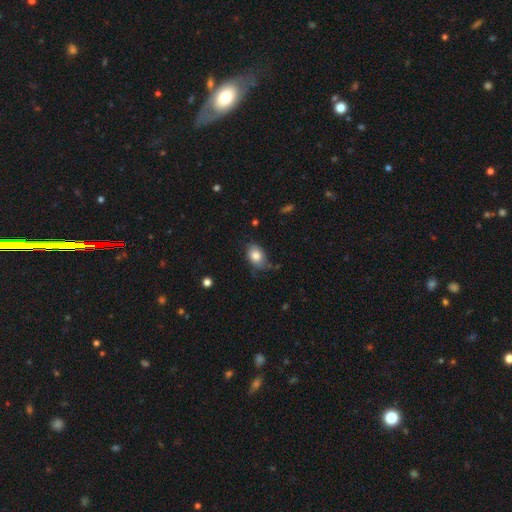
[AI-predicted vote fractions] This is clearly a smooth galaxy (81%). How rounded: likely in between (78%). Merging: possibly none (56%).